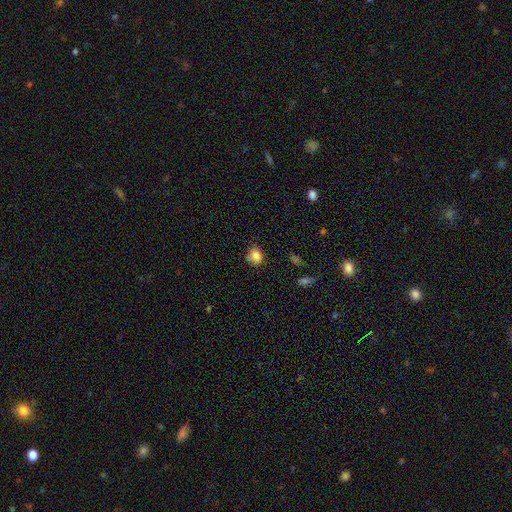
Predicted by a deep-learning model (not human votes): This appears to be a smooth galaxy with no disk features (83%) that is round (58%). Merging: none (66%).